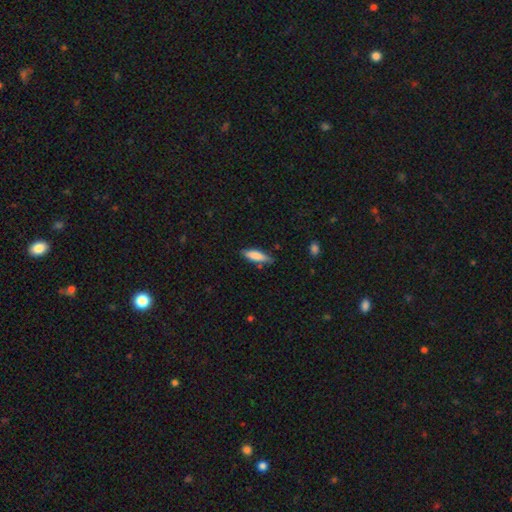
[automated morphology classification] Smooth or featured? smooth (80%)
How rounded? cigar-shaped (55%)
Merging? none (71%)